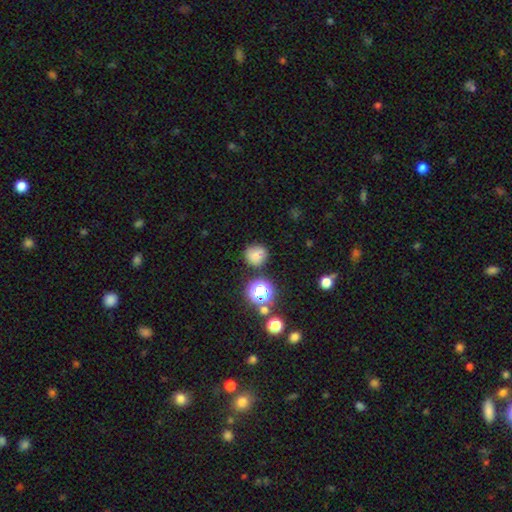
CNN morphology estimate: Overall: smooth (72%). How rounded: round (86%). Merging: none (71%).